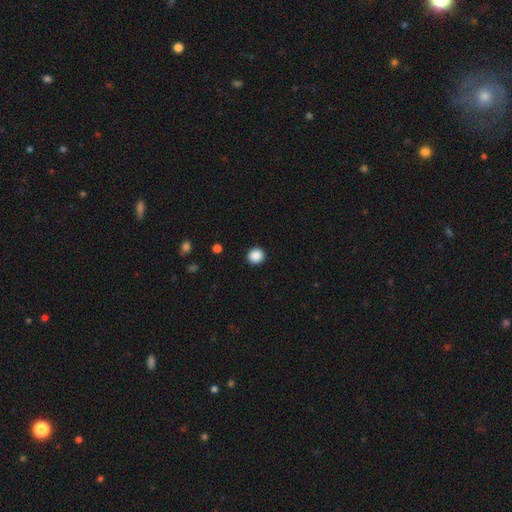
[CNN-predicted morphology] type=smooth (88%); roundness=round (94%); merging=none (93%).